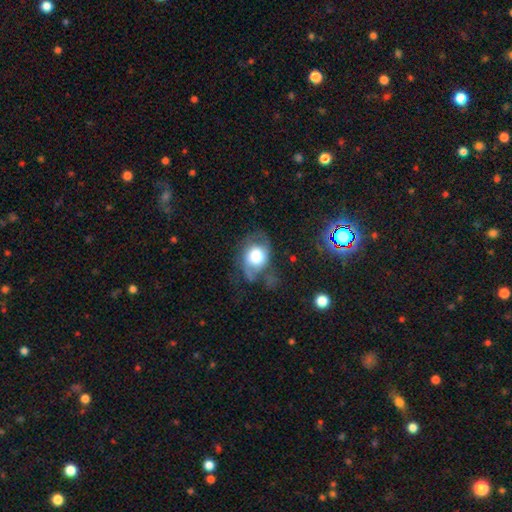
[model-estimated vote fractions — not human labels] Smooth or featured?
  - smooth: 53% *
  - featured or disk: 38%
  - star or artifact: 9%
How rounded?
  - in between: 60% *
  - round: 39%
  - cigar-shaped: 1%
Merging?
  - none: 38% *
  - minor disturbance: 29%
  - major disturbance: 28%
  - merger: 4%